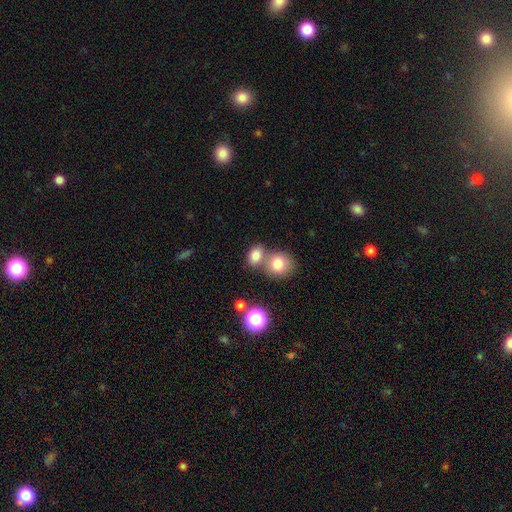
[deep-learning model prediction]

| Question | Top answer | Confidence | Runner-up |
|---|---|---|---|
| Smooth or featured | smooth | 80% | star or artifact (12%) |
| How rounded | in between | 60% | round (38%) |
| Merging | none | 49% | merger (37%) |